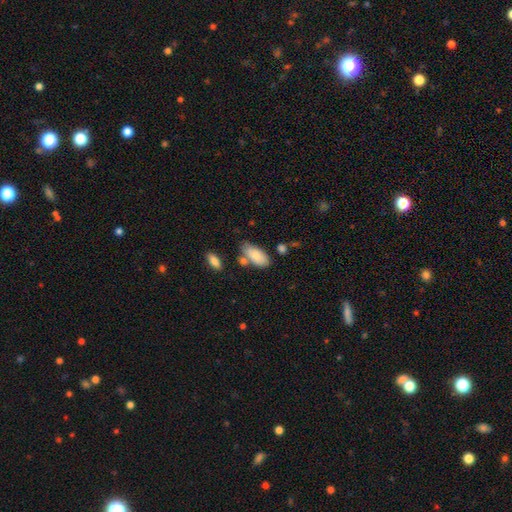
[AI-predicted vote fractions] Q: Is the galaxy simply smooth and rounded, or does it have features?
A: smooth — 81%.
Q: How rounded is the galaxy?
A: in between — 92%.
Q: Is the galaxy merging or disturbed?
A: none — 60%.